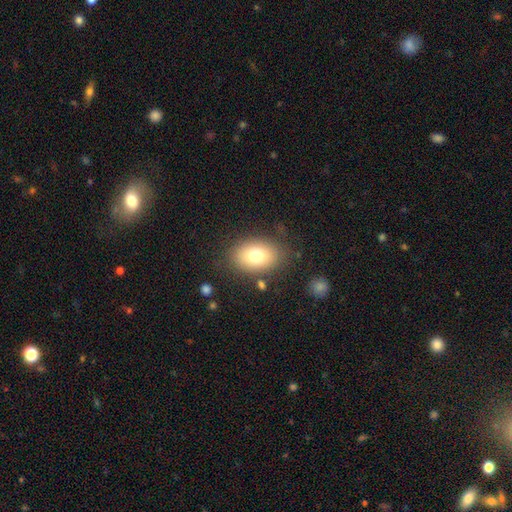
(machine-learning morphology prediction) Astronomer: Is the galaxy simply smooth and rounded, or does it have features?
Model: smooth — 78%.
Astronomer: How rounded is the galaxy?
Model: in between — 80%.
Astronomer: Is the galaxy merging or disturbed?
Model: none — 80%.